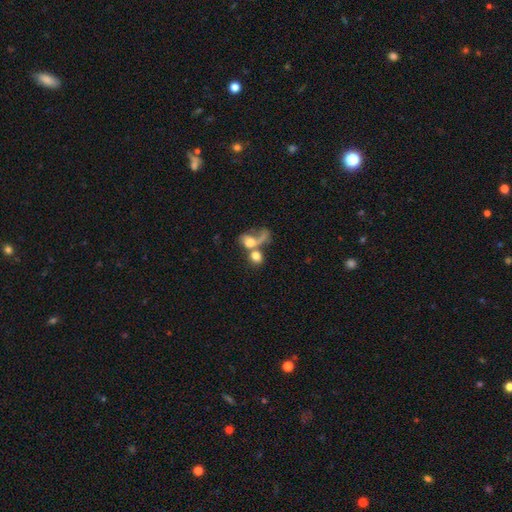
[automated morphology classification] smooth 64%, featured or disk 24%, star or artifact 12%. Down the decision tree: how rounded — round (61%); merging — merger (58%).